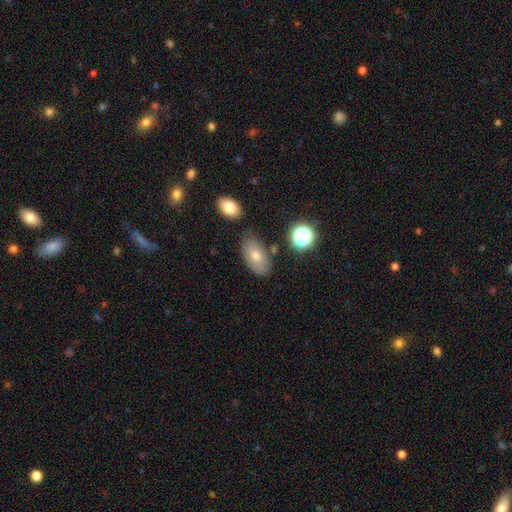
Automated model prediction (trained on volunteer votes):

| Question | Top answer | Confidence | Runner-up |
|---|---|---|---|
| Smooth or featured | smooth | 70% | featured or disk (18%) |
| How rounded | in between | 91% | round (7%) |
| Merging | none | 75% | minor disturbance (15%) |